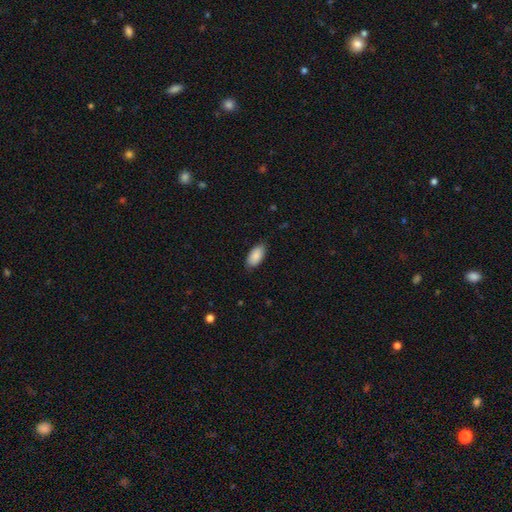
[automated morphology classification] This is clearly a smooth galaxy (88%). How rounded: clearly in between (94%). Merging: clearly none (82%).